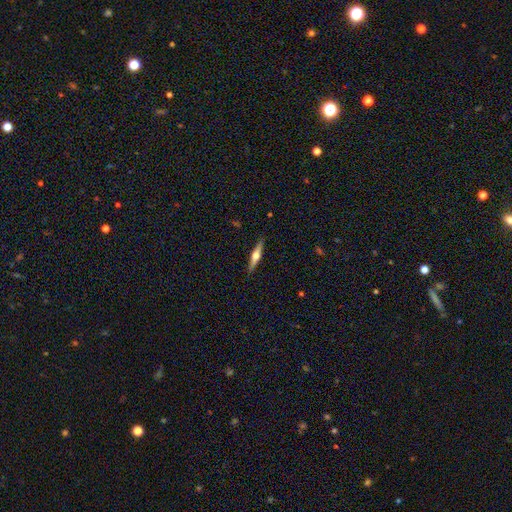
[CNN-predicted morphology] The model was most divided on "smooth or featured": featured or disk: 69%, smooth: 26%, star or artifact: 6%. More confident: edge-on disk — yes (98%); edge-on bulge — rounded (94%); merging — none (90%).